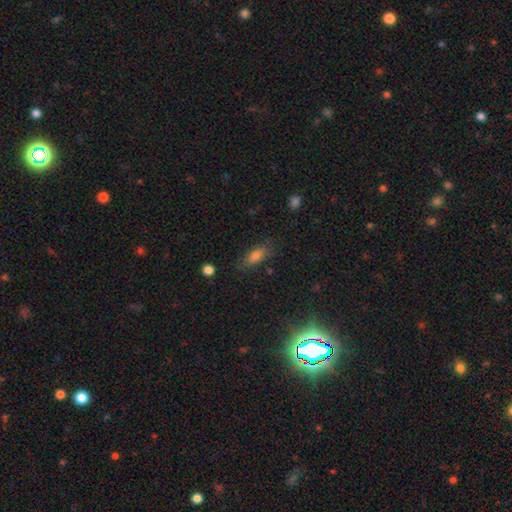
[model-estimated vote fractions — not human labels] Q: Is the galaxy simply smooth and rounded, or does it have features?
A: smooth — 74%.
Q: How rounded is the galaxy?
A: in between — 73%.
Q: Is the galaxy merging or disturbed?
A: none — 77%.